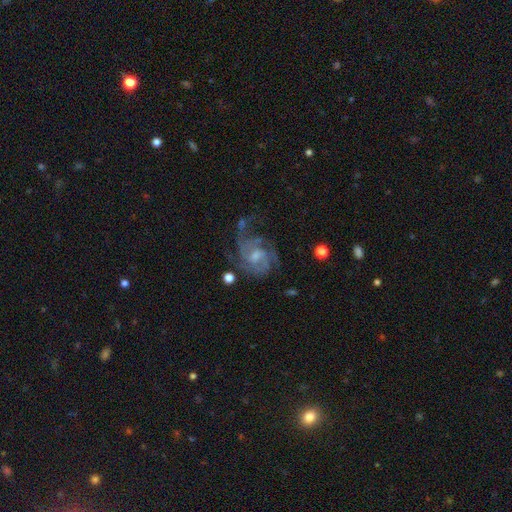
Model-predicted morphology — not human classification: Overall: featured or disk (82%). Edge-on disk: no (98%). Bar: no (49%; weak 44%). Spiral arms: yes (94%). Spiral arm count: 3 (28%; can't tell 26%). Spiral winding: tight (45%; medium 41%). Bulge size: moderate (48%; small 42%). Merging: none (53%; major disturbance 22%).